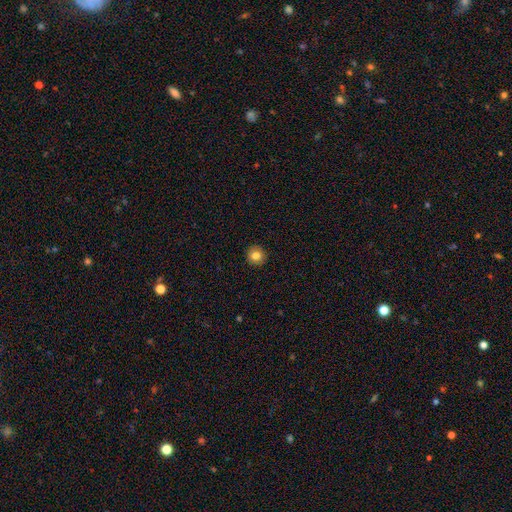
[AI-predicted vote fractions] Smooth or featured? Predicted: smooth (p=0.83). How rounded? Predicted: round (p=0.94). Merging? Predicted: none (p=0.93).